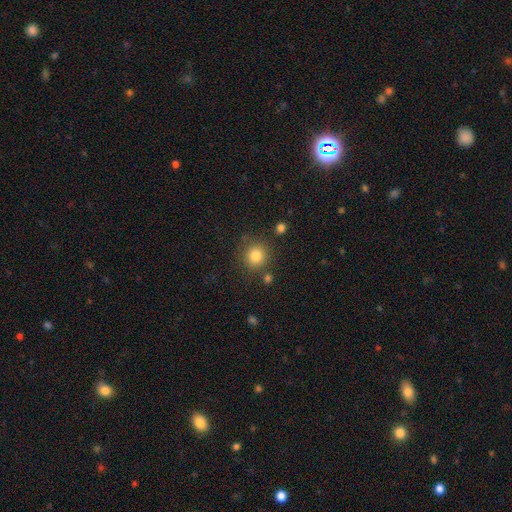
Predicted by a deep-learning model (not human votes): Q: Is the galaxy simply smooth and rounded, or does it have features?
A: smooth — 83%.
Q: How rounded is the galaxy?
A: round — 91%.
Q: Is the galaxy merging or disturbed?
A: none — 82%.